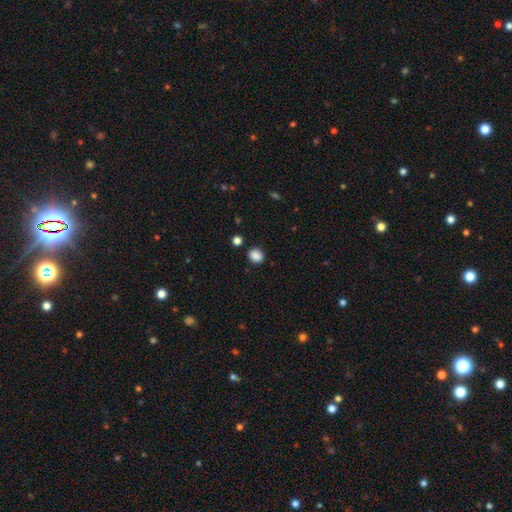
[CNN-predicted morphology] smooth_or_featured: smooth (p=0.87) [alt: star or artifact p=0.10]
how_rounded: round (p=0.61) [alt: in between p=0.38]
merging: none (p=0.85) [alt: minor disturbance p=0.09]